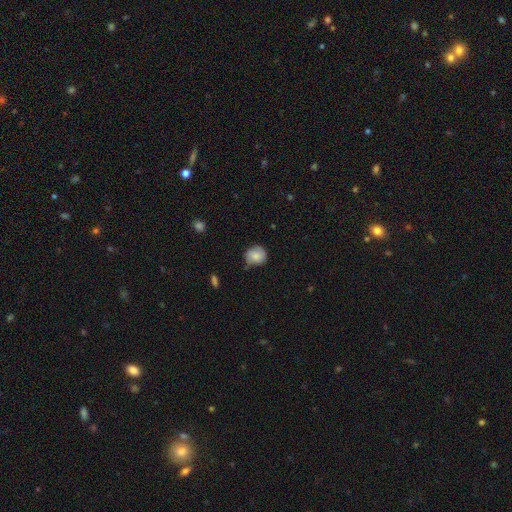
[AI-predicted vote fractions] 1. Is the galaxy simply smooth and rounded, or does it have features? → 81% smooth, 11% featured or disk, 8% star or artifact.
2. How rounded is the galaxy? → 81% round, 18% in between, 1% cigar-shaped.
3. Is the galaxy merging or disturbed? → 68% none, 25% minor disturbance, 4% major disturbance, 2% merger.